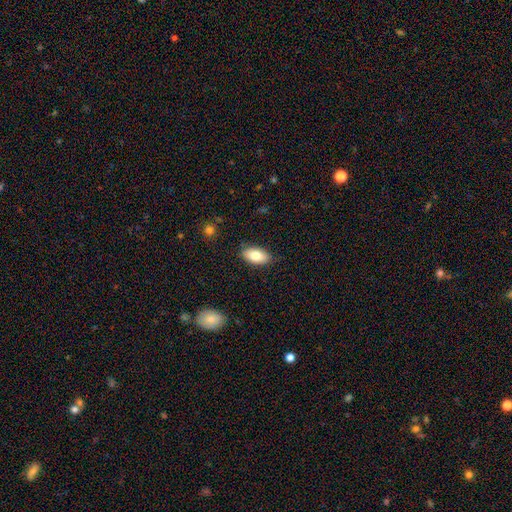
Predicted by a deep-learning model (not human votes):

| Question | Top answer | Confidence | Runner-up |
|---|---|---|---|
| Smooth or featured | smooth | 80% | featured or disk (13%) |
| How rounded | in between | 93% | round (4%) |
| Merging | none | 84% | minor disturbance (12%) |